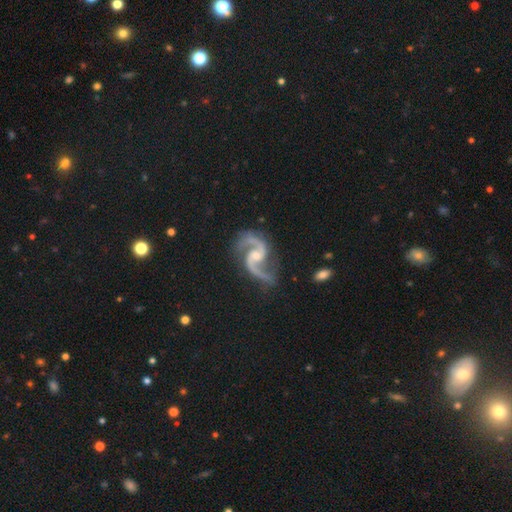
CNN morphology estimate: A featured or disk galaxy (94%) with no bar (46%), 2 (95%) medium (48%) spiral arms (99%) and a small central bulge (50%). Merging: none (74%).